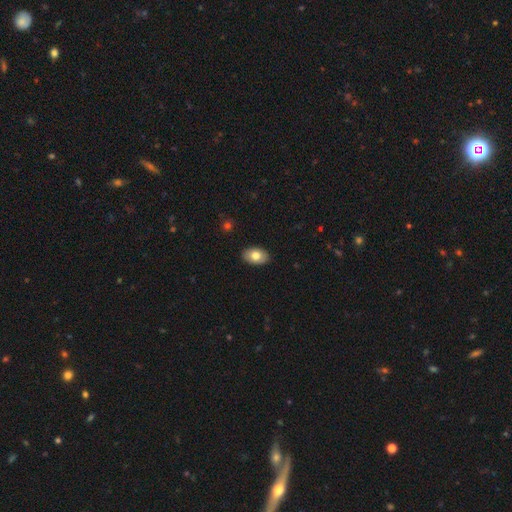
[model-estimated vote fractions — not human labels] Q: Smooth or featured?
A: smooth (77%); runner-up: featured or disk (16%)
Q: How rounded?
A: in between (90%); runner-up: round (8%)
Q: Merging?
A: none (89%); runner-up: minor disturbance (8%)